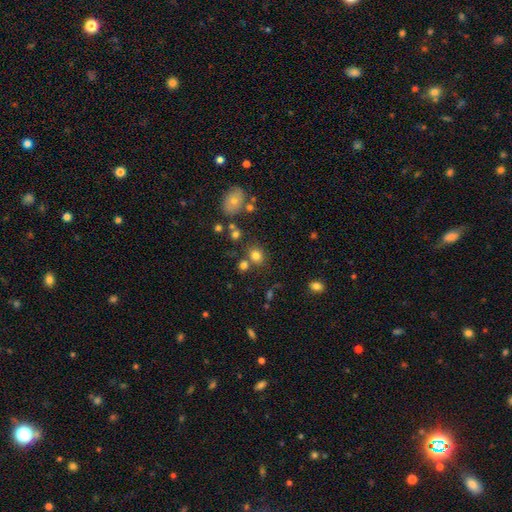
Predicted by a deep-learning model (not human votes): smooth-or-featured: smooth: 78% | star or artifact: 14% | featured or disk: 8%
  how-rounded: round: 73% | in between: 26% | cigar-shaped: 1%
  merging: none: 68% | merger: 17% | minor disturbance: 11% | major disturbance: 4%